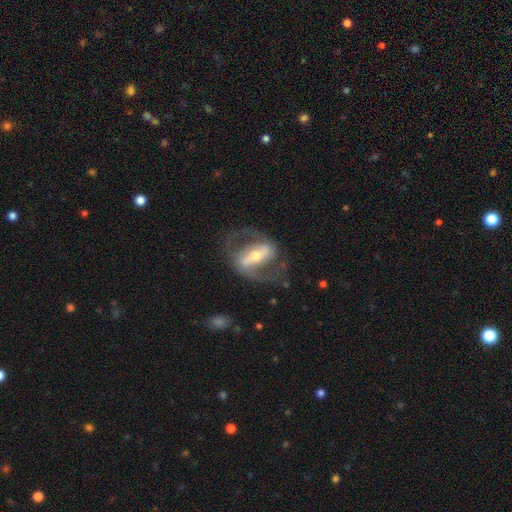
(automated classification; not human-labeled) Smooth or featured? Predicted: featured or disk (p=0.83). Edge-on disk? Predicted: no (p=0.90). Bar? Predicted: strong (p=0.70). Spiral arms? Predicted: yes (p=0.78). Spiral winding? Predicted: medium (p=0.53). Spiral arm count? Predicted: 2 (p=0.86). Bulge size? Predicted: moderate (p=0.57). Merging? Predicted: none (p=0.68).